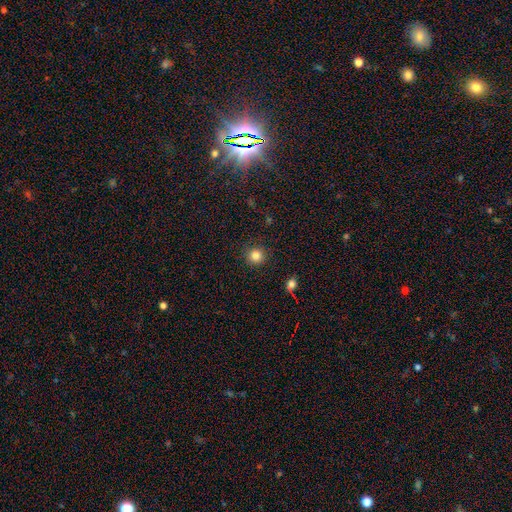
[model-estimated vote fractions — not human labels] A smooth galaxy with no disk features (84%) that is round (94%).

Vote fractions:
- Smooth or featured? smooth: 84% / star or artifact: 12% / featured or disk: 5%
- How rounded? round: 94% / in between: 5% / cigar-shaped: 1%
- Merging? none: 91% / minor disturbance: 6% / major disturbance: 2% / merger: 1%